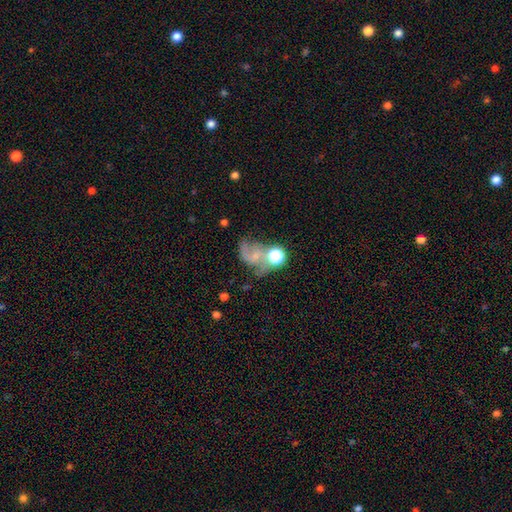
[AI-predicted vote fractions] Smooth or featured? featured or disk (61%)
Edge-on disk? no (97%)
Bar? no (59%)
Spiral arms? yes (87%)
Spiral winding? loose (54%)
Spiral arm count? 2 (81%)
Bulge size? small (54%)
Merging? none (38%)